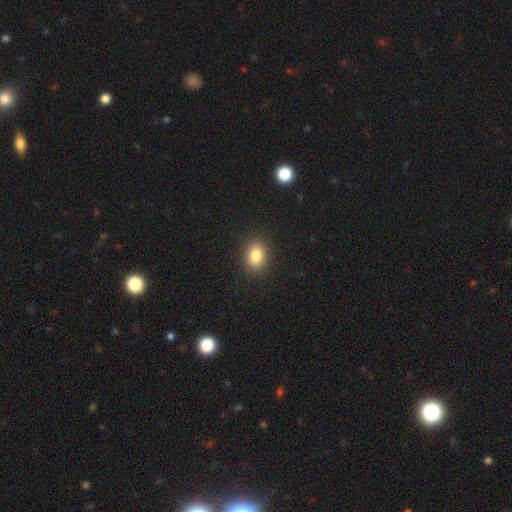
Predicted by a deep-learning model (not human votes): Smooth or featured?
  - smooth: 84% *
  - star or artifact: 10%
  - featured or disk: 6%
How rounded?
  - in between: 66% *
  - round: 33%
  - cigar-shaped: 1%
Merging?
  - none: 89% *
  - minor disturbance: 8%
  - major disturbance: 2%
  - merger: 1%